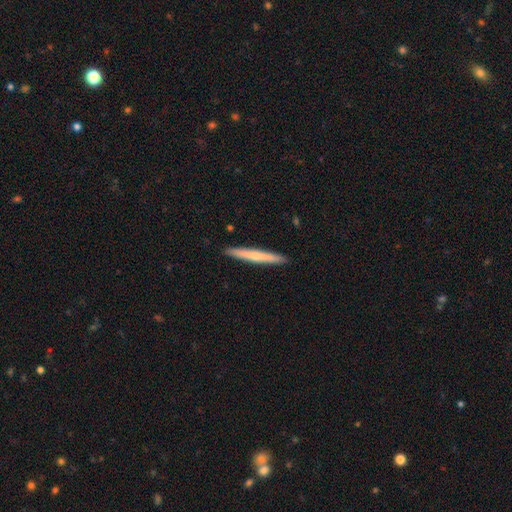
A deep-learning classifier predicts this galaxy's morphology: Smooth or featured? smooth (54%)
How rounded? cigar-shaped (96%)
Merging? none (92%)